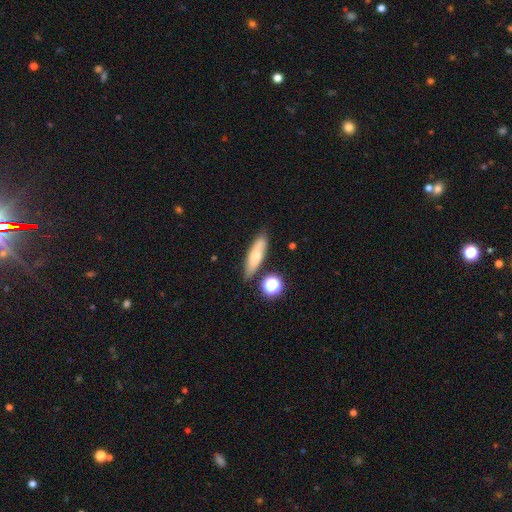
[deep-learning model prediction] smooth 65%, featured or disk 25%, star or artifact 10%. Down the decision tree: how rounded — cigar-shaped (61%); merging — none (76%).